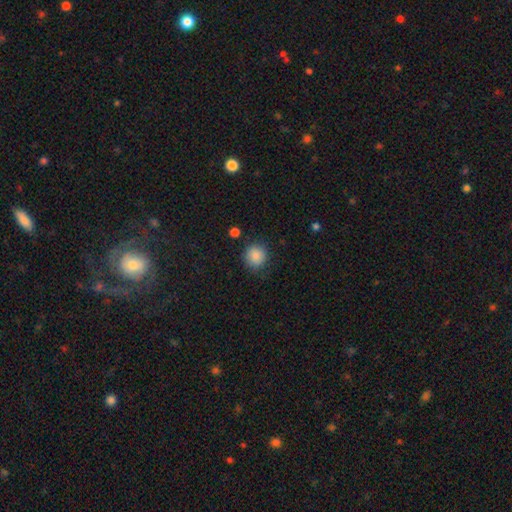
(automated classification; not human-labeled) smooth_or_featured: smooth (p=0.87) [alt: star or artifact p=0.09]
how_rounded: round (p=0.88) [alt: in between p=0.11]
merging: none (p=0.82) [alt: minor disturbance p=0.12]